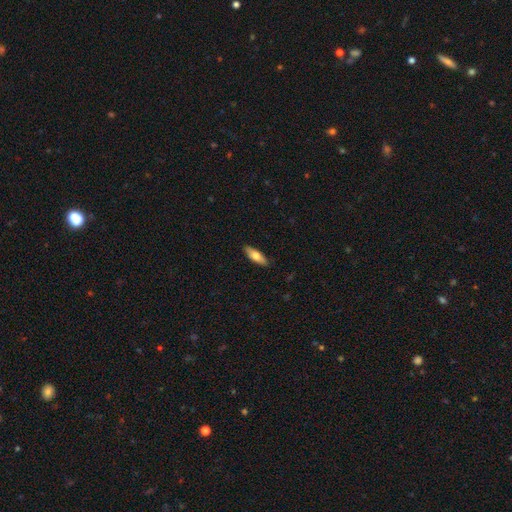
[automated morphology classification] This is likely a smooth galaxy (70%). How rounded: possibly in between (57%). Merging: clearly none (89%).